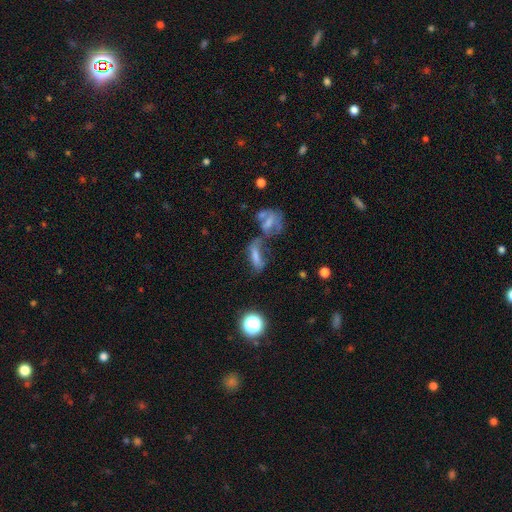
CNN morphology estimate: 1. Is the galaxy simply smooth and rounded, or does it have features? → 43% smooth, 34% featured or disk, 23% star or artifact.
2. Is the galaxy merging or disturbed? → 47% merger, 26% none, 14% major disturbance, 12% minor disturbance.